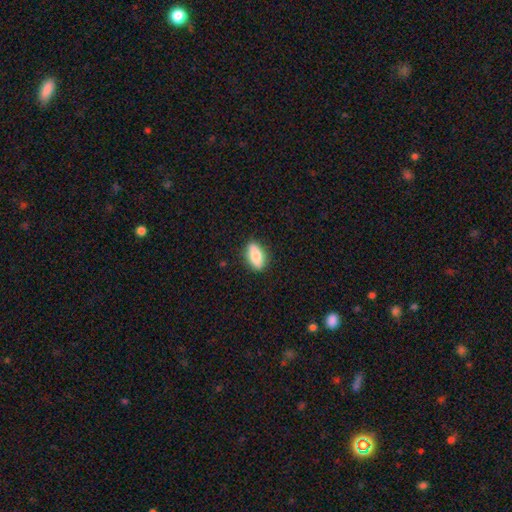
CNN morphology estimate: A smooth galaxy with no disk features (74%) that is in between round and cigar-shaped (80%).

Vote fractions:
- Smooth or featured? smooth: 74% / featured or disk: 20% / star or artifact: 7%
- How rounded? in between: 80% / cigar-shaped: 16% / round: 5%
- Merging? none: 87% / minor disturbance: 10% / major disturbance: 2% / merger: 1%